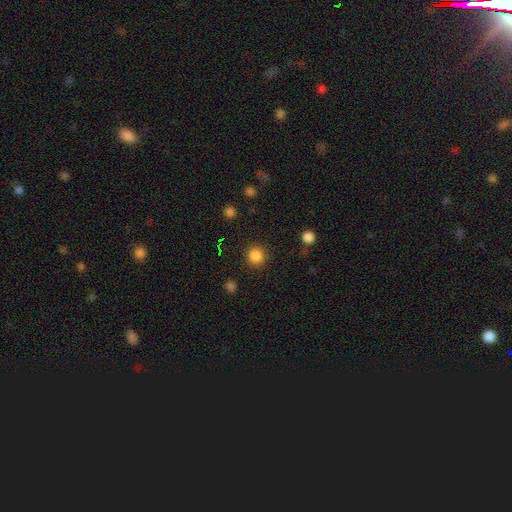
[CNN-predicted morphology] Q: Smooth or featured?
A: smooth (84%); runner-up: star or artifact (12%)
Q: How rounded?
A: round (92%); runner-up: in between (7%)
Q: Merging?
A: none (90%); runner-up: minor disturbance (6%)